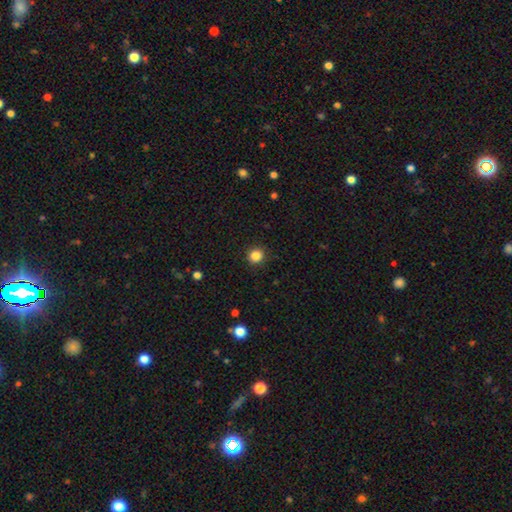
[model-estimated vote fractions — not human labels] Smooth or featured: smooth — 85% (star or artifact — 11%)
How rounded: round — 92% (in between — 7%)
Merging: none — 91% (minor disturbance — 6%)